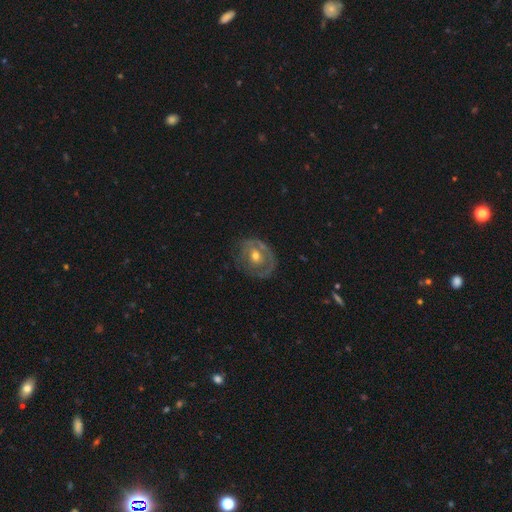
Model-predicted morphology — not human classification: featured or disk 66%, smooth 28%, star or artifact 6%. Down the decision tree: edge-on disk — no (96%); bar — no (75%); spiral arms — no (51%); bulge size — moderate (65%); merging — none (64%).